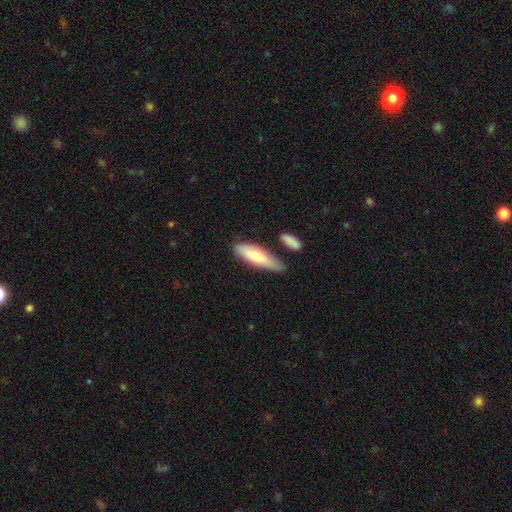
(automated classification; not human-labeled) The model was most divided on "how rounded": cigar-shaped: 56%, in between: 43%, round: 2%. More confident: merging — none (68%); smooth or featured — smooth (66%).